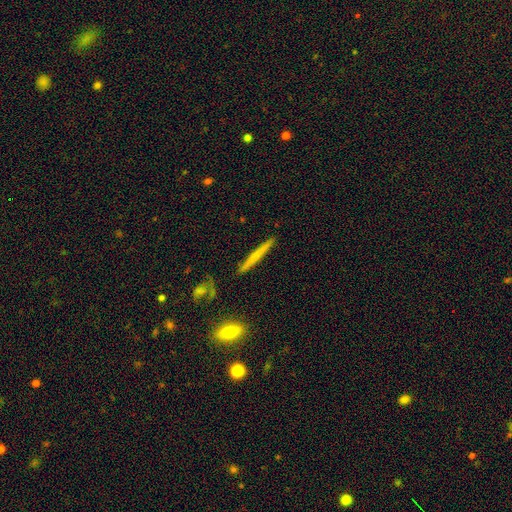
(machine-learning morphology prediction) Smooth or featured? Predicted: smooth (p=0.51). How rounded? Predicted: cigar-shaped (p=0.95). Merging? Predicted: none (p=0.90).